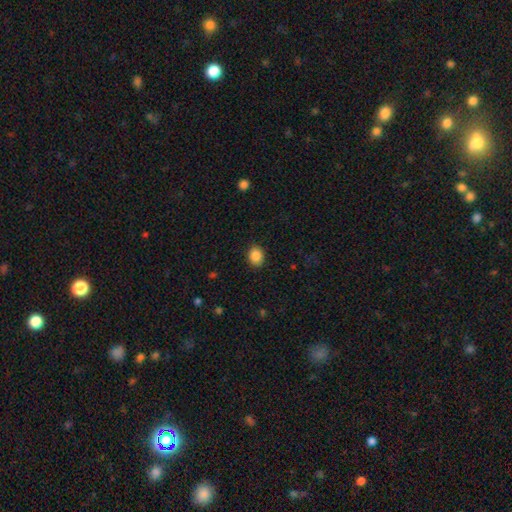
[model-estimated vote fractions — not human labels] Q: Smooth or featured?
A: smooth (87%); runner-up: star or artifact (9%)
Q: How rounded?
A: round (50%); runner-up: in between (49%)
Q: Merging?
A: none (88%); runner-up: minor disturbance (8%)